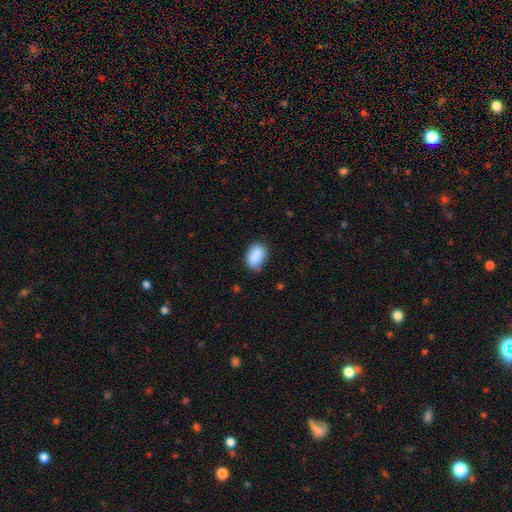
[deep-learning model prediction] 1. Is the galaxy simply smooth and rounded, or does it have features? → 89% smooth, 7% star or artifact, 4% featured or disk.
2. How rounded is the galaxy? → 83% in between, 15% round, 1% cigar-shaped.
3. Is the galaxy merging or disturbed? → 72% none, 22% minor disturbance, 4% major disturbance, 2% merger.